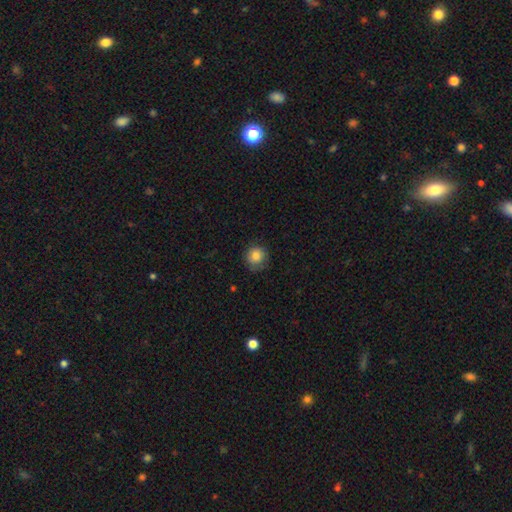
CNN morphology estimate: A smooth galaxy with no disk features (81%) that is round (92%). Merging: none (77%).